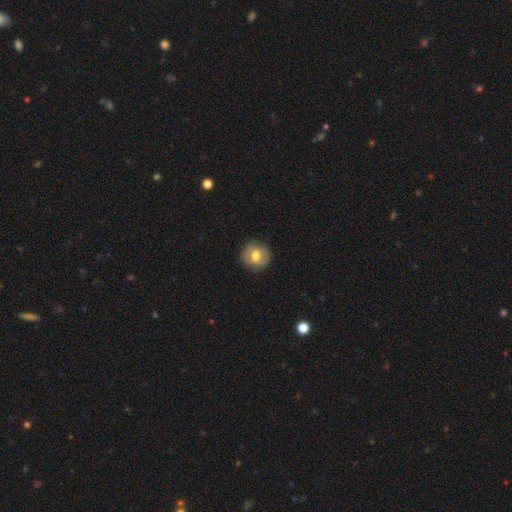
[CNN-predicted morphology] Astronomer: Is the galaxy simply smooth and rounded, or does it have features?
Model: smooth — 64%.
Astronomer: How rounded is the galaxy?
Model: round — 88%.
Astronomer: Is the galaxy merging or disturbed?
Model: none — 86%.